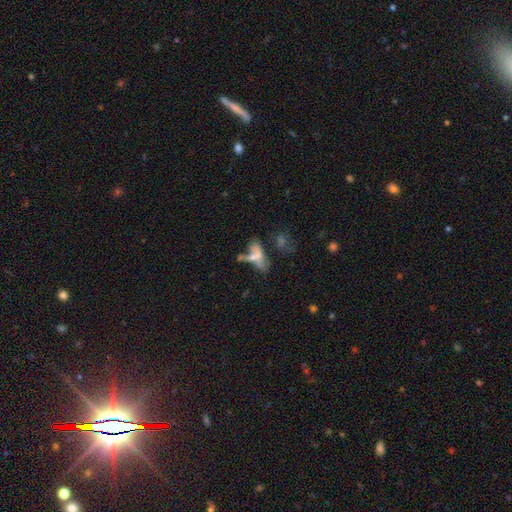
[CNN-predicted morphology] smooth-or-featured: smooth: 55% | featured or disk: 31% | star or artifact: 14%
  how-rounded: in between: 62% | cigar-shaped: 32% | round: 6%
  merging: merger: 40% | none: 28% | major disturbance: 18% | minor disturbance: 15%